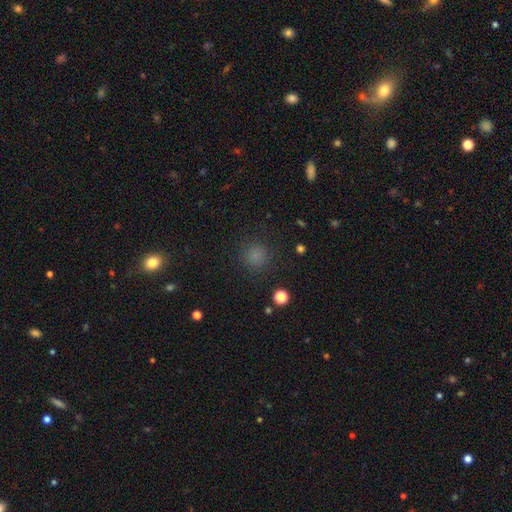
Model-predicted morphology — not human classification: Q: Smooth or featured?
A: smooth (78%); runner-up: star or artifact (17%)
Q: How rounded?
A: round (92%); runner-up: in between (7%)
Q: Merging?
A: none (87%); runner-up: minor disturbance (8%)